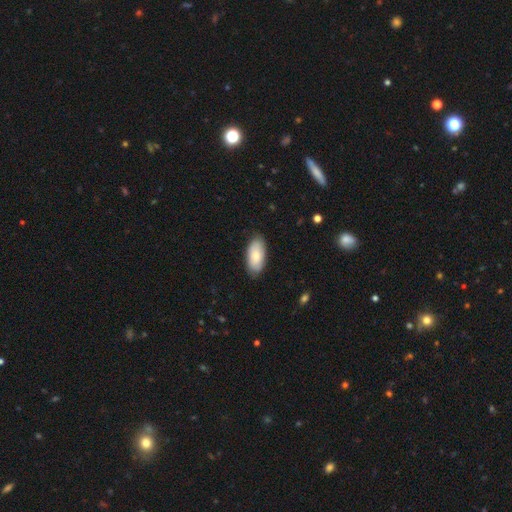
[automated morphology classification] A smooth galaxy with no disk features (77%) that is in between round and cigar-shaped (93%).

Vote fractions:
- Smooth or featured? smooth: 77% / featured or disk: 18% / star or artifact: 6%
- How rounded? in between: 93% / cigar-shaped: 4% / round: 2%
- Merging? none: 83% / minor disturbance: 14% / major disturbance: 3% / merger: 1%